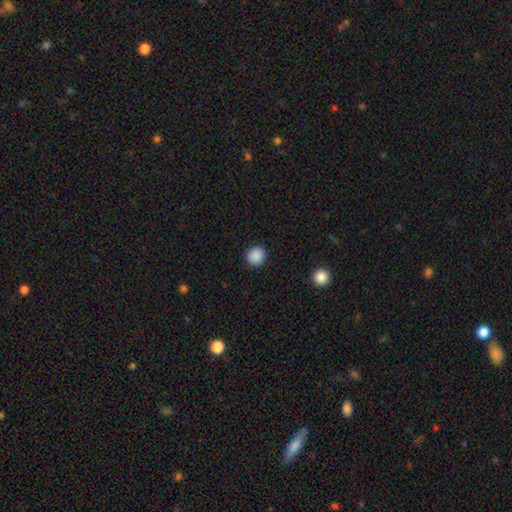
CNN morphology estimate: A smooth galaxy with no disk features (88%) that is round (91%). Merging: none (92%).